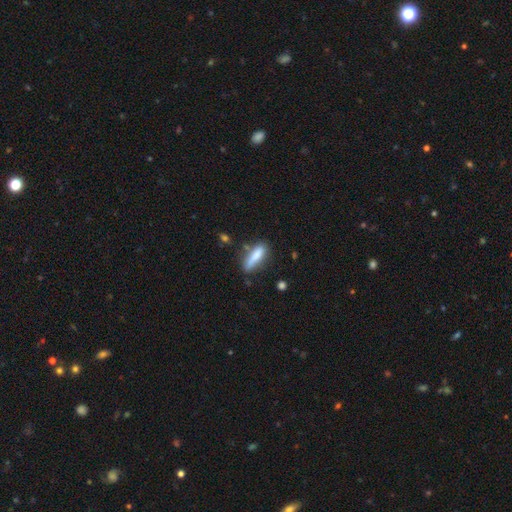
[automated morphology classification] Smooth or featured?
  - smooth: 78% *
  - featured or disk: 15%
  - star or artifact: 7%
How rounded?
  - cigar-shaped: 60% *
  - in between: 38%
  - round: 2%
Merging?
  - none: 61% *
  - minor disturbance: 24%
  - major disturbance: 8%
  - merger: 7%